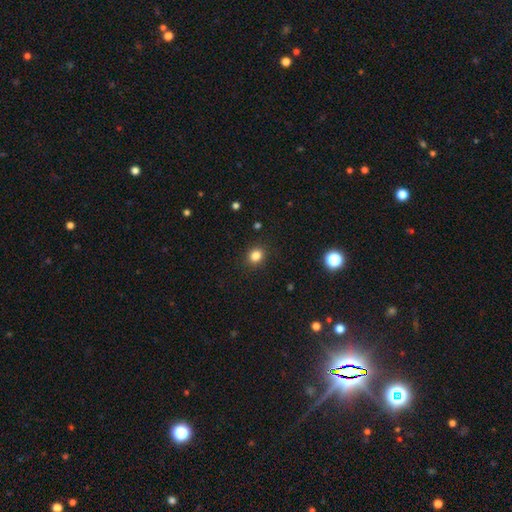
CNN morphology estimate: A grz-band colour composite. It shows a smooth galaxy with no disk features (83%) that is round (74%). Merging: none (90%).